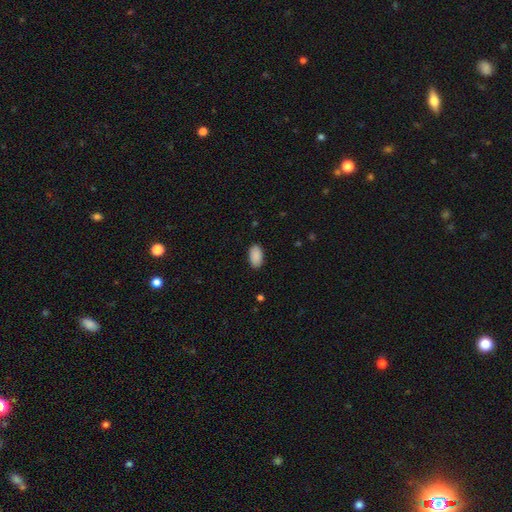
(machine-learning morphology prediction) The model was most divided on "merging": none: 88%, minor disturbance: 9%, major disturbance: 2%, merger: 1%. More confident: how rounded — in between (95%); smooth or featured — smooth (90%).